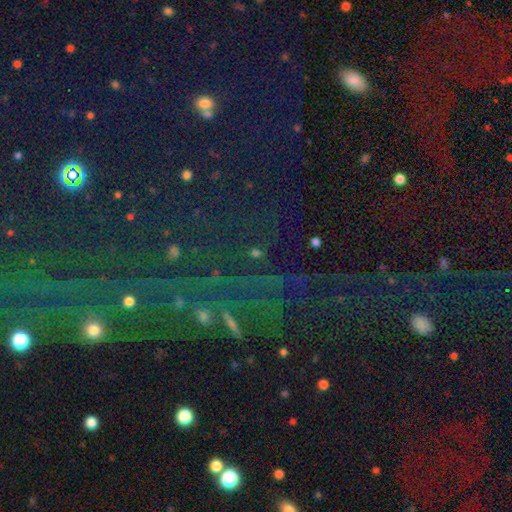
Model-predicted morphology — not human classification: Smooth or featured: star or artifact — 75% (smooth — 15%)